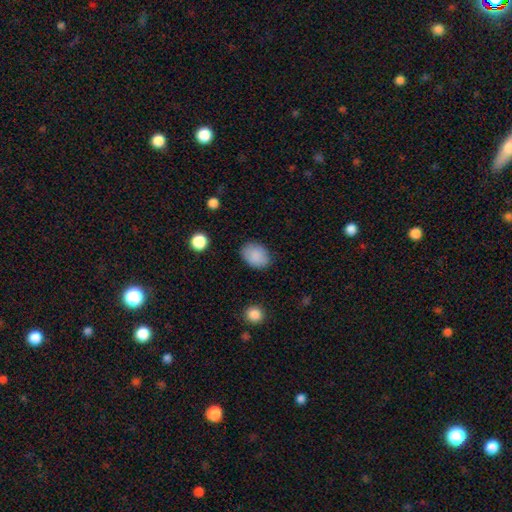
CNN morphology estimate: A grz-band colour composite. It shows a smooth galaxy with no disk features (88%) that is in between round and cigar-shaped (70%). Merging: none (83%).